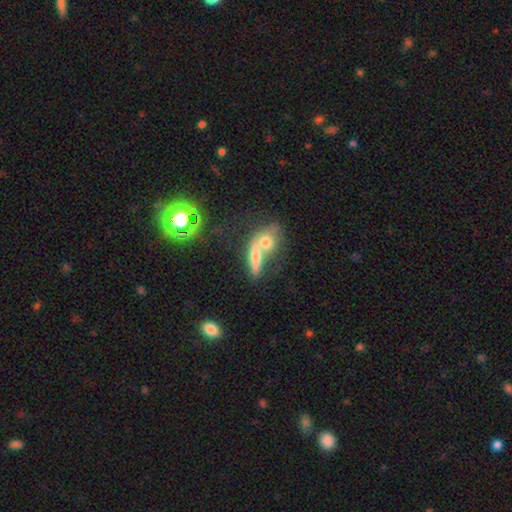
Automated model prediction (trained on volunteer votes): Smooth or featured?
  - smooth: 57% *
  - featured or disk: 31%
  - star or artifact: 13%
How rounded?
  - cigar-shaped: 42% *
  - in between: 40%
  - round: 17%
Merging?
  - merger: 51% *
  - none: 35%
  - minor disturbance: 9%
  - major disturbance: 5%